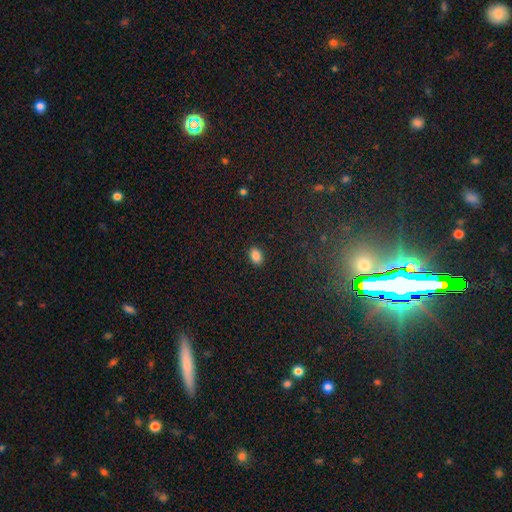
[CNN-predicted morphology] A smooth galaxy with no disk features (86%) that is in between round and cigar-shaped (80%).

Vote fractions:
- Smooth or featured? smooth: 86% / star or artifact: 10% / featured or disk: 4%
- How rounded? in between: 80% / round: 18% / cigar-shaped: 1%
- Merging? none: 90% / minor disturbance: 7% / major disturbance: 2% / merger: 1%